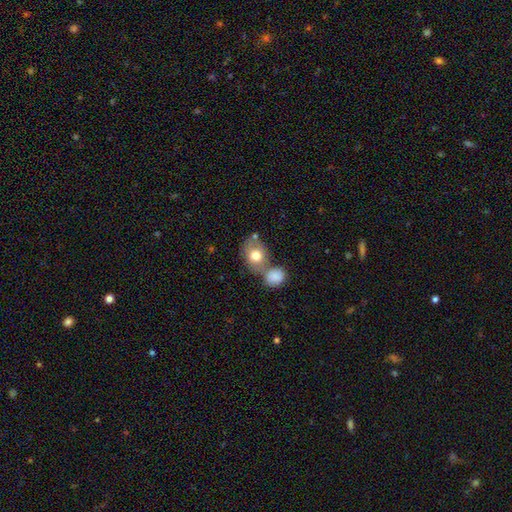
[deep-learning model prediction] smooth 74%, featured or disk 19%, star or artifact 7%. Down the decision tree: how rounded — round (50%); merging — none (40%).